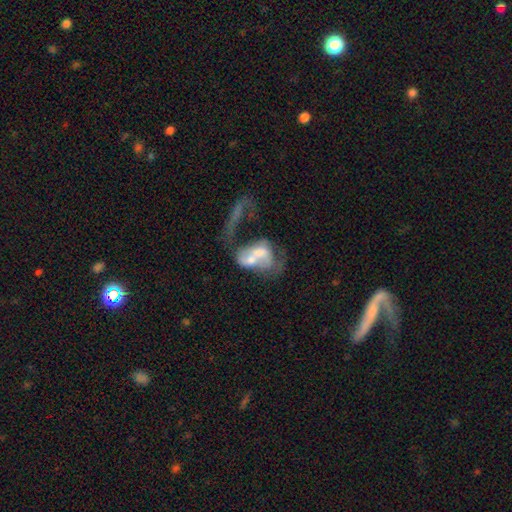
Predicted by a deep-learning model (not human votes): Smooth or featured: featured or disk — 54% (smooth — 37%)
Edge-on disk: no — 96% (yes — 4%)
Bar: no — 73% (weak — 19%)
Spiral arms: no — 65% (yes — 35%)
Bulge size: moderate — 40% (small — 24%)
Merging: merger — 61% (major disturbance — 24%)